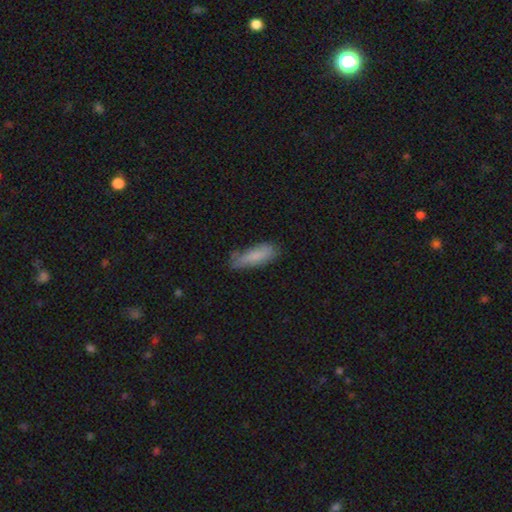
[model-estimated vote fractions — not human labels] Morphology: type=smooth (79%); roundness=cigar-shaped (50%); merging=none (58%).